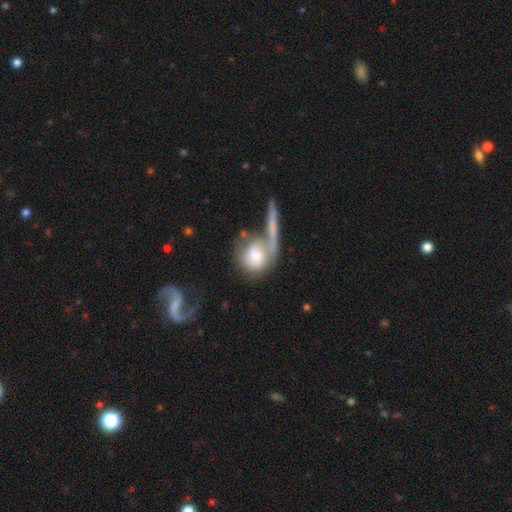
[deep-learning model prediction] This is possibly a smooth galaxy (58%). How rounded: likely round (74%). Merging: marginally merger (39%).